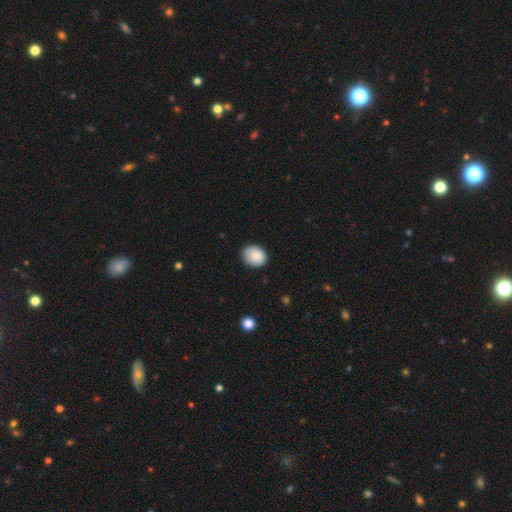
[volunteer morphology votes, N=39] Smooth or featured? 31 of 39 (79%) said smooth. How rounded? 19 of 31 (61%) said in between. Merging? 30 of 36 (83%) said none.